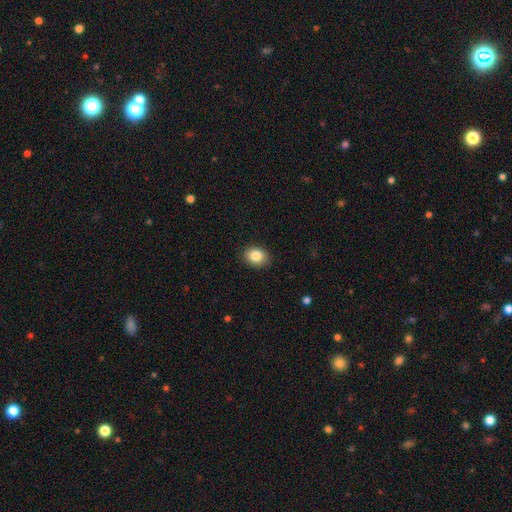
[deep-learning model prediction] smooth-or-featured: smooth: 84% | star or artifact: 9% | featured or disk: 7%
  how-rounded: in between: 59% | round: 40% | cigar-shaped: 1%
  merging: none: 88% | minor disturbance: 9% | major disturbance: 2% | merger: 1%